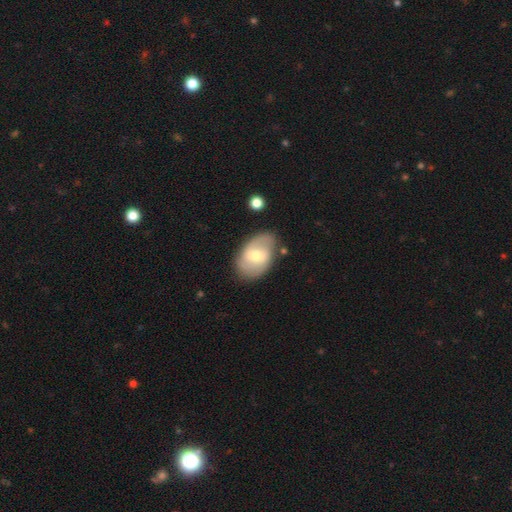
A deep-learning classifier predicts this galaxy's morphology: This appears to be a featured or disk galaxy (54%) with a weak bar (56%), spiral arms (74%) and a moderate central bulge (63%). Merging: none (74%).